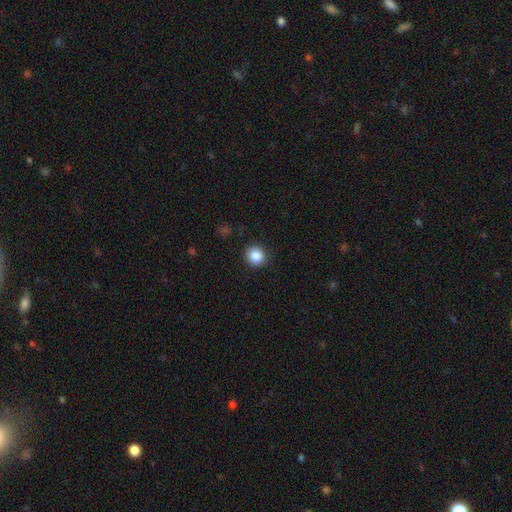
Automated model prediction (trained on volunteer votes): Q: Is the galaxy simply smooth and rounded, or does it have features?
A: smooth — 87%.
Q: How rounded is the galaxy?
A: round — 90%.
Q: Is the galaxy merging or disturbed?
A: none — 90%.